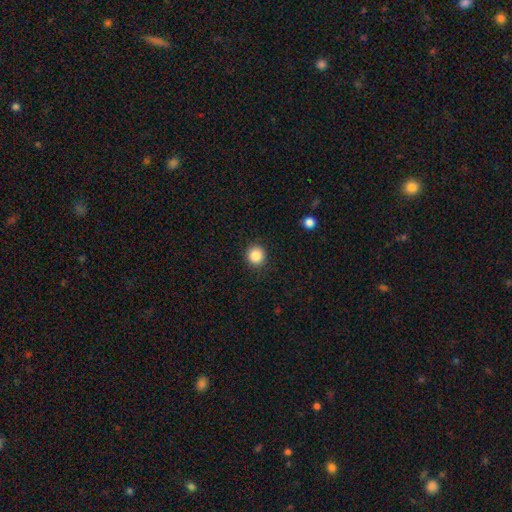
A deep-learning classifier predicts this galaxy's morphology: Smooth or featured? smooth (86%)
How rounded? round (93%)
Merging? none (91%)